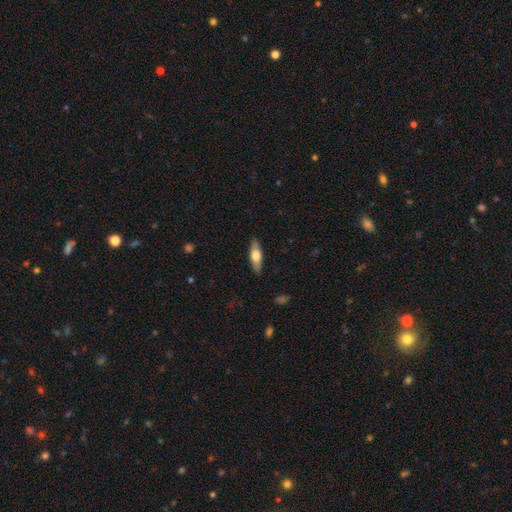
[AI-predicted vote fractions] Smooth or featured?
  - smooth: 57% *
  - featured or disk: 38%
  - star or artifact: 6%
How rounded?
  - cigar-shaped: 50% *
  - in between: 48%
  - round: 2%
Merging?
  - none: 87% *
  - minor disturbance: 10%
  - major disturbance: 2%
  - merger: 1%